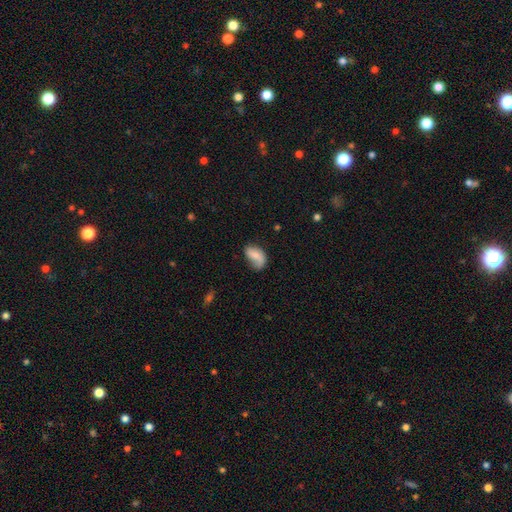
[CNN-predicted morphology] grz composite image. It shows a smooth galaxy with no disk features (62%) that is in between round and cigar-shaped (89%). Merging: none (42%).